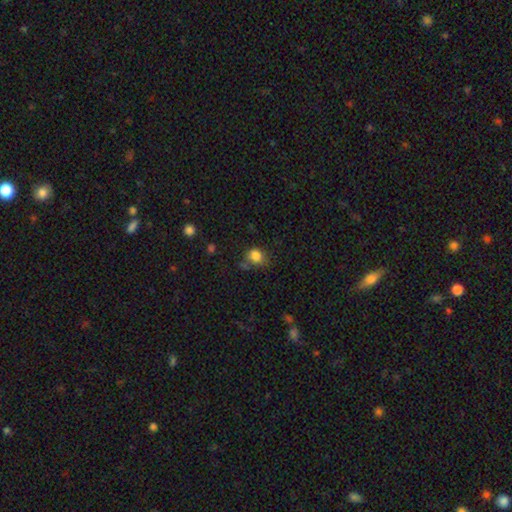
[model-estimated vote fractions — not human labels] smooth 82%, star or artifact 11%, featured or disk 6%. Down the decision tree: how rounded — round (59%); merging — none (58%).